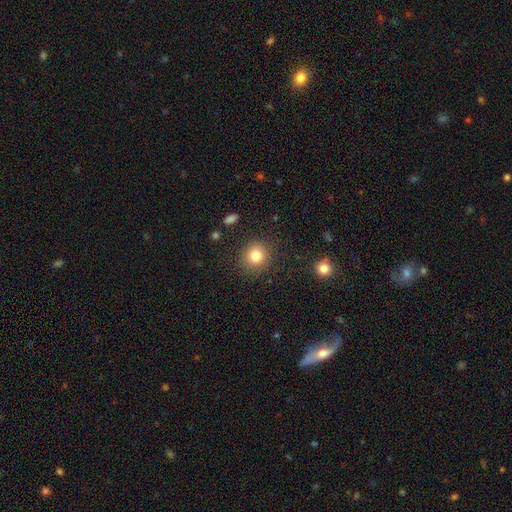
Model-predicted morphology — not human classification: Smooth or featured? Predicted: smooth (p=0.81). How rounded? Predicted: round (p=0.88). Merging? Predicted: none (p=0.89).